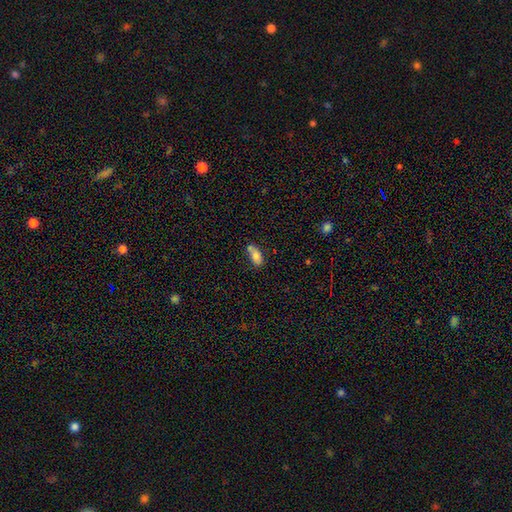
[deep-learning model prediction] The model was most divided on "merging": none: 44%, minor disturbance: 25%, merger: 24%, major disturbance: 8%. More confident: how rounded — in between (85%); smooth or featured — smooth (78%).